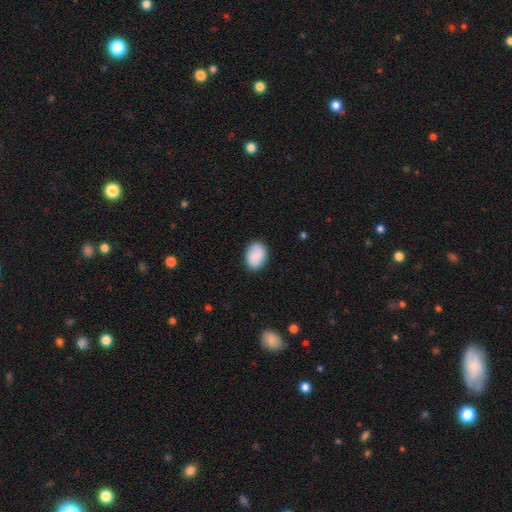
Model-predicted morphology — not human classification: Smooth or featured? smooth (89%)
How rounded? in between (77%)
Merging? none (86%)